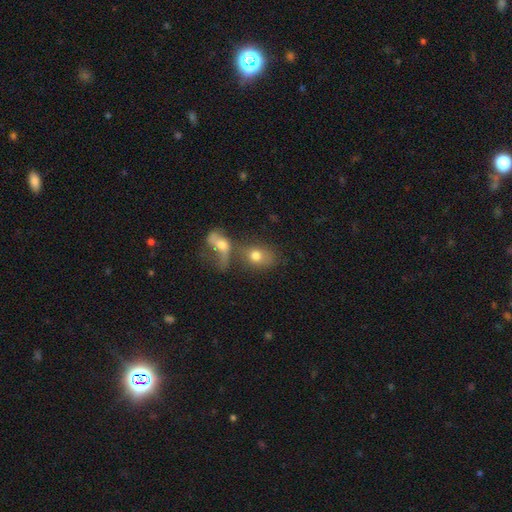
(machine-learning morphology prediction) Smooth or featured: smooth — 68% (featured or disk — 22%)
How rounded: in between — 71% (round — 27%)
Merging: merger — 57% (none — 24%)